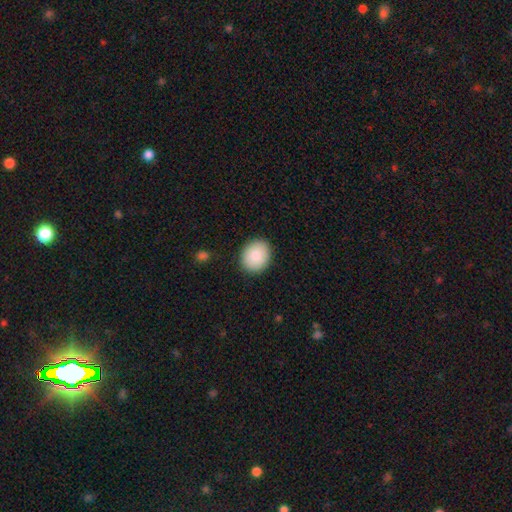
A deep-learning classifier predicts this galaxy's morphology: Overall: smooth (86%). How rounded: round (59%; in between 40%). Merging: none (89%).